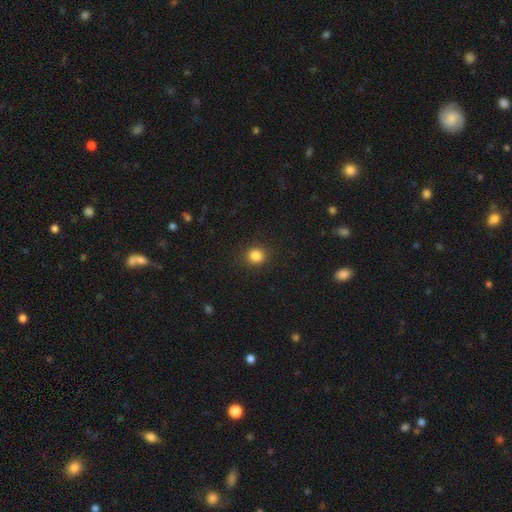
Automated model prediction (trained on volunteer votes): This is clearly a smooth galaxy (84%). How rounded: clearly round (85%). Merging: clearly none (90%).